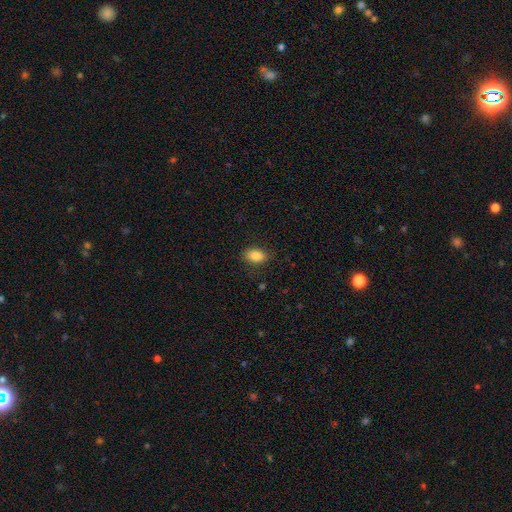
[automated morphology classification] Smooth or featured: smooth — 85% (star or artifact — 8%)
How rounded: in between — 88% (round — 10%)
Merging: none — 85% (minor disturbance — 11%)